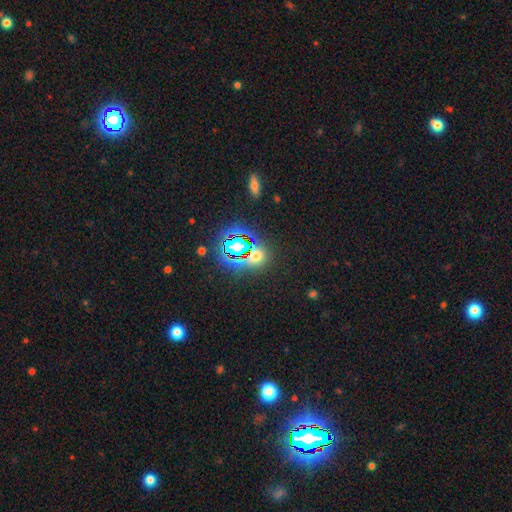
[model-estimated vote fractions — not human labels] smooth_or_featured: star or artifact (p=0.53) [alt: smooth p=0.38]